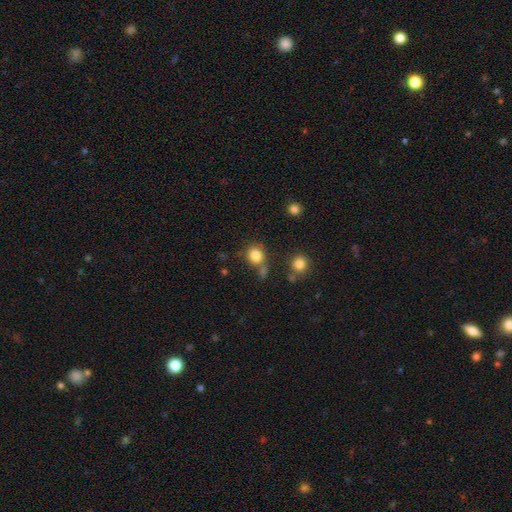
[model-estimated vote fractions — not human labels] A smooth galaxy with no disk features (83%) that is round (80%).

Vote fractions:
- Smooth or featured? smooth: 83% / star or artifact: 12% / featured or disk: 6%
- How rounded? round: 80% / in between: 20% / cigar-shaped: 1%
- Merging? none: 64% / merger: 16% / minor disturbance: 15% / major disturbance: 6%